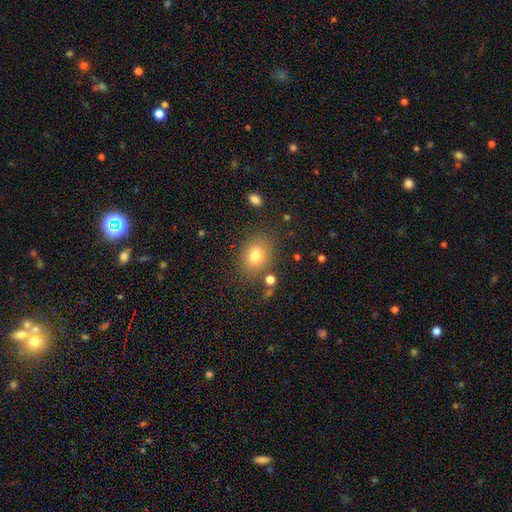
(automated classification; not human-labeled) smooth-or-featured: smooth: 76% | star or artifact: 12% | featured or disk: 11%
  how-rounded: in between: 57% | round: 42% | cigar-shaped: 1%
  merging: none: 78% | minor disturbance: 12% | merger: 5% | major disturbance: 5%